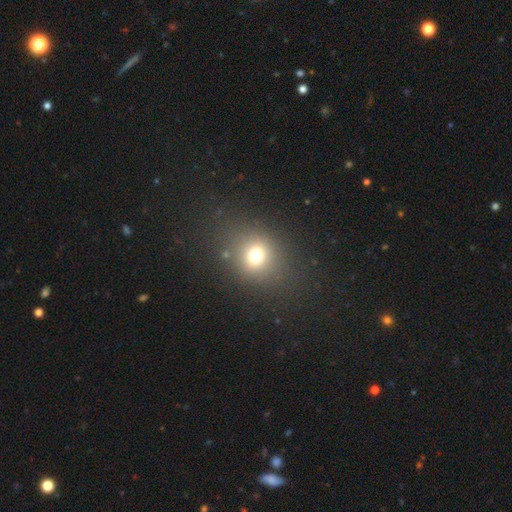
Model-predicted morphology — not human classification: smooth 71%, star or artifact 20%, featured or disk 9%. Down the decision tree: how rounded — round (77%); merging — none (82%).